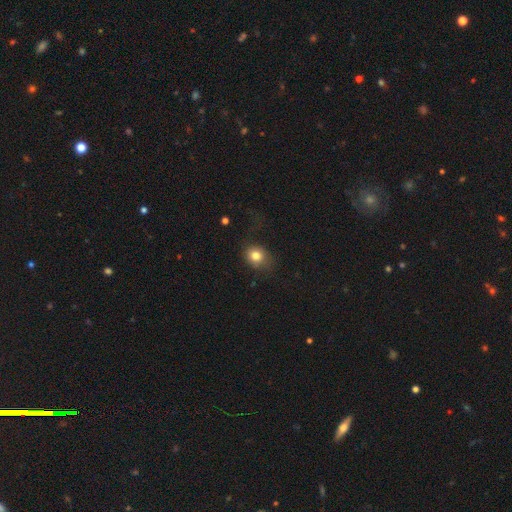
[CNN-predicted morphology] Q: Smooth or featured?
A: smooth (80%); runner-up: star or artifact (12%)
Q: How rounded?
A: round (67%); runner-up: in between (32%)
Q: Merging?
A: none (65%); runner-up: minor disturbance (22%)